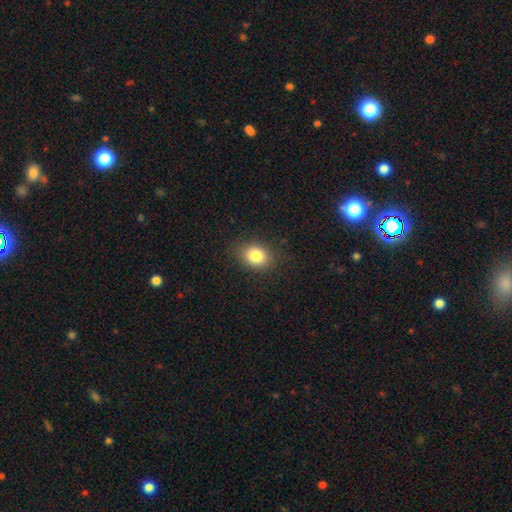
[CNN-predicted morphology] Q: Smooth or featured?
A: smooth (83%); runner-up: star or artifact (10%)
Q: How rounded?
A: in between (51%); runner-up: round (48%)
Q: Merging?
A: none (86%); runner-up: minor disturbance (10%)